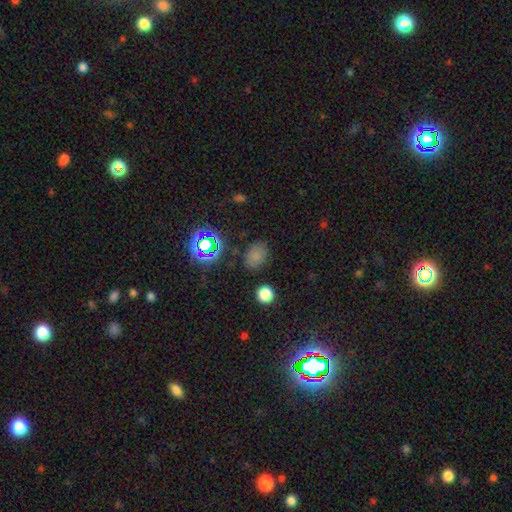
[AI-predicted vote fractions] Smooth or featured?
  - smooth: 69% *
  - star or artifact: 24%
  - featured or disk: 6%
How rounded?
  - in between: 63% *
  - round: 36%
  - cigar-shaped: 1%
Merging?
  - none: 78% *
  - minor disturbance: 15%
  - major disturbance: 5%
  - merger: 2%